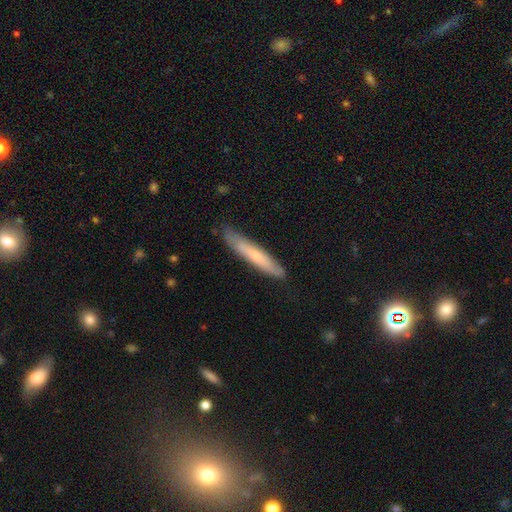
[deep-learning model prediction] smooth-or-featured: smooth: 60% | featured or disk: 34% | star or artifact: 5%
  how-rounded: cigar-shaped: 93% | in between: 6% | round: 1%
  merging: none: 79% | minor disturbance: 17% | major disturbance: 3% | merger: 1%